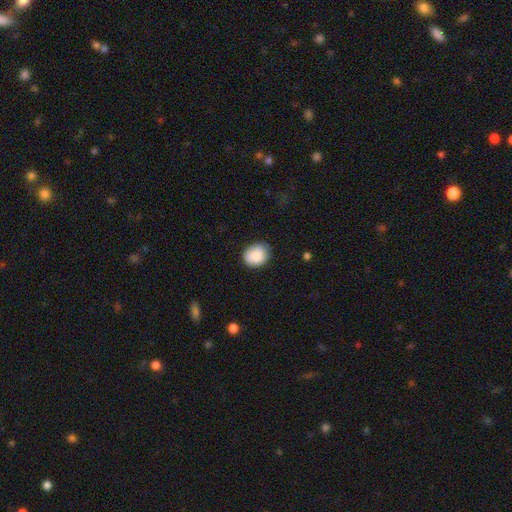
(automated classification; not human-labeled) The model was most divided on "how rounded": round: 59%, in between: 41%, cigar-shaped: 1%. More confident: smooth or featured — smooth (87%); merging — none (80%).